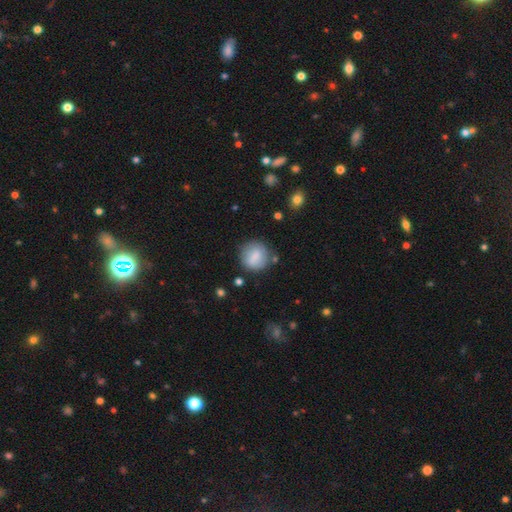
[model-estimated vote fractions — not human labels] Smooth or featured: smooth — 79% (featured or disk — 13%)
How rounded: round — 87% (in between — 12%)
Merging: none — 77% (minor disturbance — 14%)